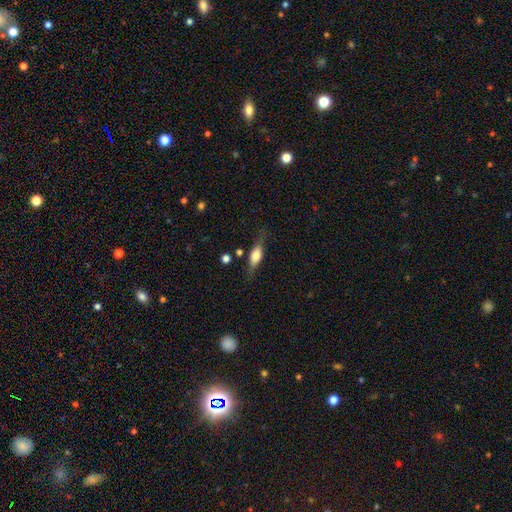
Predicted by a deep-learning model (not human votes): Q: Smooth or featured?
A: smooth (59%); runner-up: featured or disk (34%)
Q: How rounded?
A: in between (59%); runner-up: cigar-shaped (37%)
Q: Merging?
A: none (73%); runner-up: minor disturbance (18%)